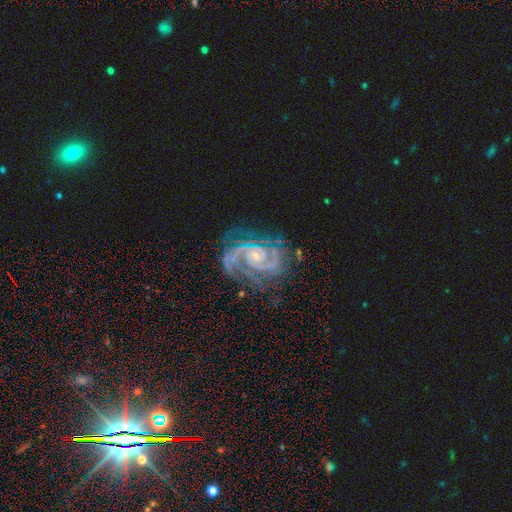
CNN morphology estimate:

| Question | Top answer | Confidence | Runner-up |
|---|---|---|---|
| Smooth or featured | featured or disk | 91% | star or artifact (6%) |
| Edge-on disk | no | 98% | yes (2%) |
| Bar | no | 64% | weak (27%) |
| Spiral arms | yes | 99% | no (1%) |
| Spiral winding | tight | 56% | medium (38%) |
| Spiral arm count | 2 | 66% | 3 (15%) |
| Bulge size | small | 75% | moderate (20%) |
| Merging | none | 70% | minor disturbance (18%) |